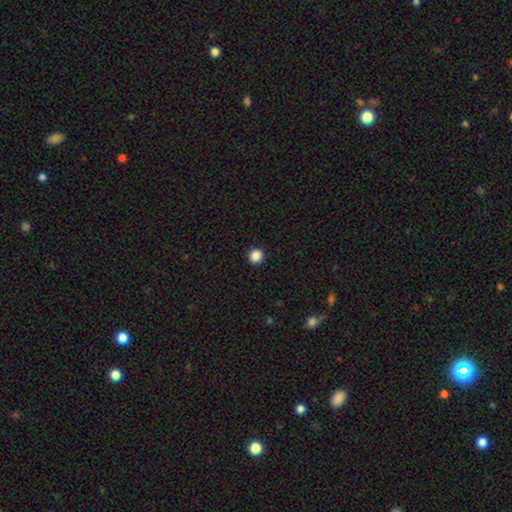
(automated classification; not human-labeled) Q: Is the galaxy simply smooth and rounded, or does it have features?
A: smooth — 87%.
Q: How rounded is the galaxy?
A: round — 94%.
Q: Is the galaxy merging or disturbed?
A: none — 93%.